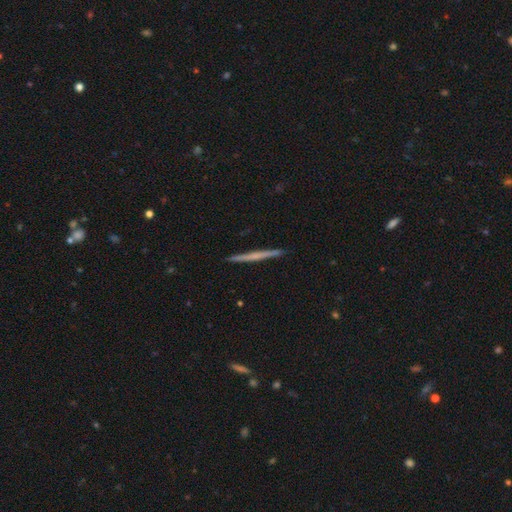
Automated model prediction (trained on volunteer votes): Smooth or featured? Predicted: featured or disk (p=0.57). Edge-on disk? Predicted: yes (p=0.98). Edge-on bulge? Predicted: none (p=0.76). Merging? Predicted: none (p=0.92).